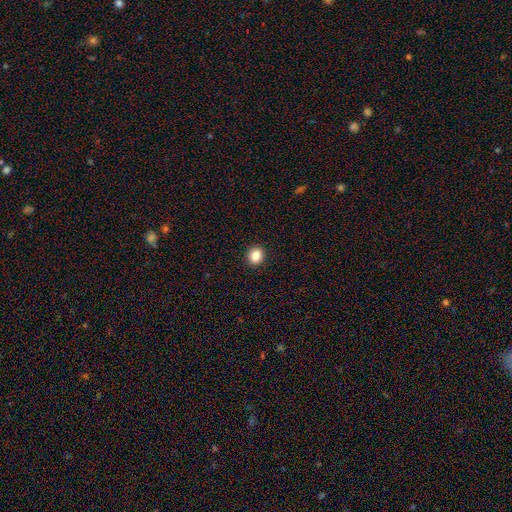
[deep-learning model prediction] This appears to be a smooth galaxy with no disk features (85%) that is round (73%). Merging: none (93%).